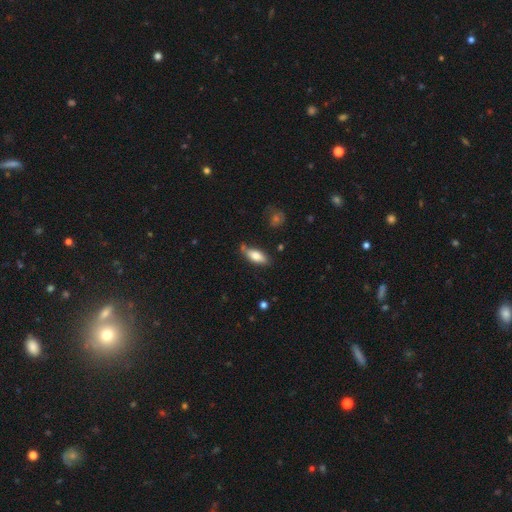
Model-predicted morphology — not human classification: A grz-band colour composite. It shows a smooth galaxy with no disk features (75%) that is in between round and cigar-shaped (76%). Merging: none (69%).